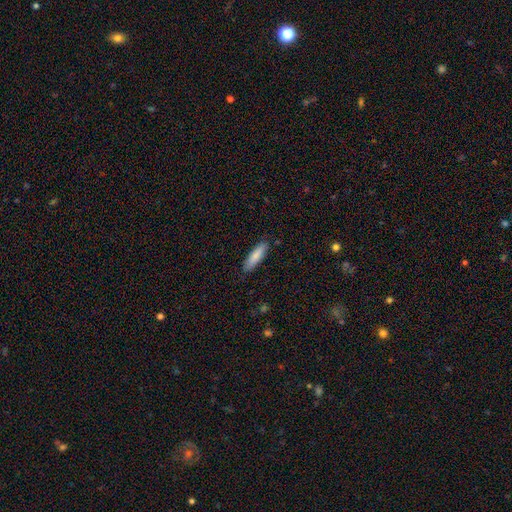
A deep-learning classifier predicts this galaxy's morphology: Smooth or featured: smooth — 83% (featured or disk — 11%)
How rounded: cigar-shaped — 66% (in between — 33%)
Merging: none — 87% (minor disturbance — 10%)